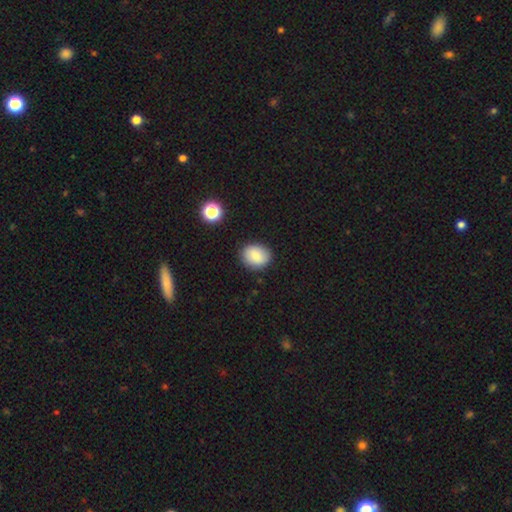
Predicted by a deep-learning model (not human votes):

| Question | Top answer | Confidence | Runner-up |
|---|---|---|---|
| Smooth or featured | smooth | 81% | featured or disk (10%) |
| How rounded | round | 54% | in between (45%) |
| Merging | none | 87% | minor disturbance (9%) |